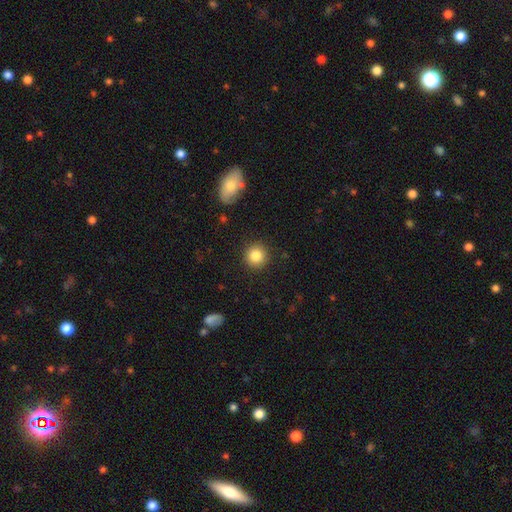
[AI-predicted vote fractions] smooth_or_featured: smooth (p=0.85) [alt: star or artifact p=0.10]
how_rounded: round (p=0.93) [alt: in between p=0.06]
merging: none (p=0.90) [alt: minor disturbance p=0.06]